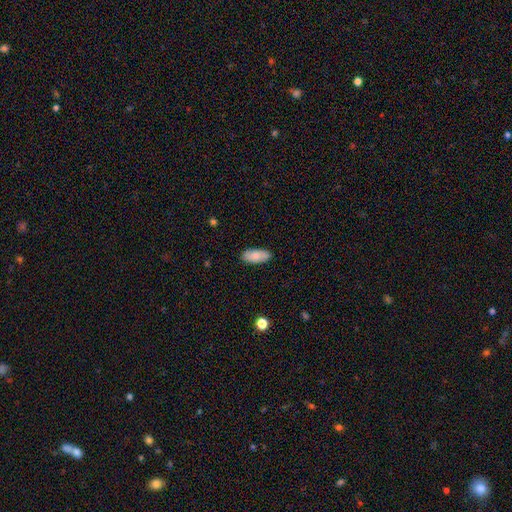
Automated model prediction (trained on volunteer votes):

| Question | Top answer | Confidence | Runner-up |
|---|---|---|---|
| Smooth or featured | smooth | 78% | featured or disk (16%) |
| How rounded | in between | 87% | cigar-shaped (11%) |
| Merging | none | 85% | minor disturbance (11%) |